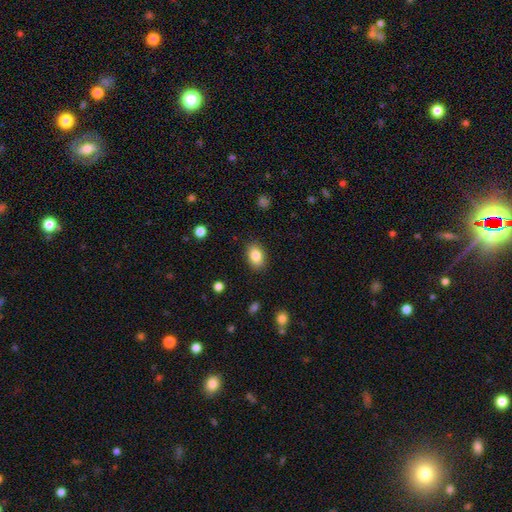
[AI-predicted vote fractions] A smooth galaxy with no disk features (84%) that is in between round and cigar-shaped (83%). Merging: none (87%).